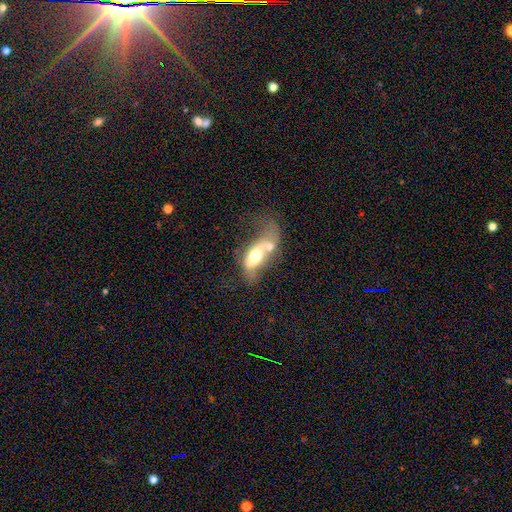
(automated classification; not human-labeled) Morphology: type=featured or disk (46%, tied with smooth); merging=merger (55%).